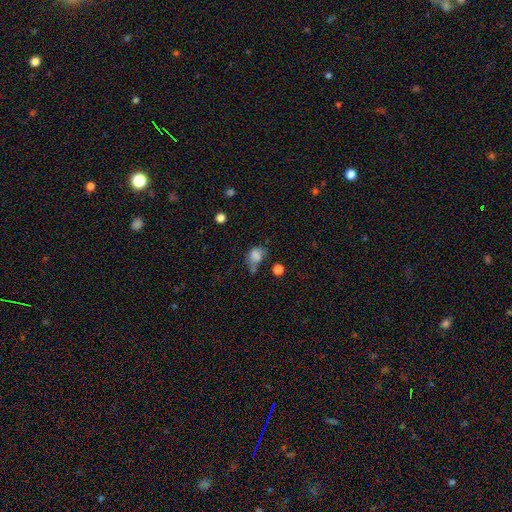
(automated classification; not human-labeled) smooth-or-featured: smooth: 77% | star or artifact: 12% | featured or disk: 11%
  how-rounded: in between: 57% | round: 42% | cigar-shaped: 1%
  merging: none: 37% | minor disturbance: 27% | merger: 21% | major disturbance: 15%